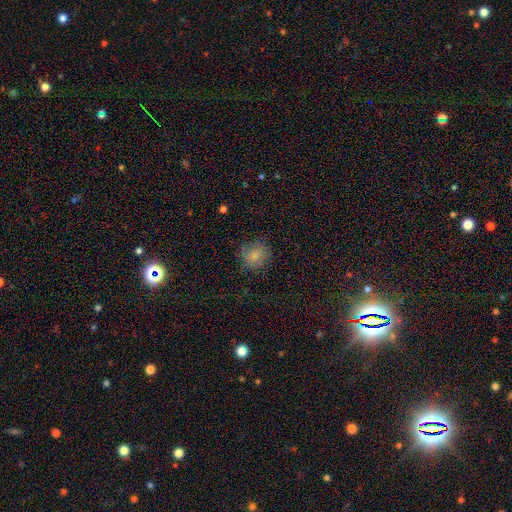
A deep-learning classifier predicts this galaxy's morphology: Overall: smooth (78%). How rounded: round (80%). Merging: none (76%).